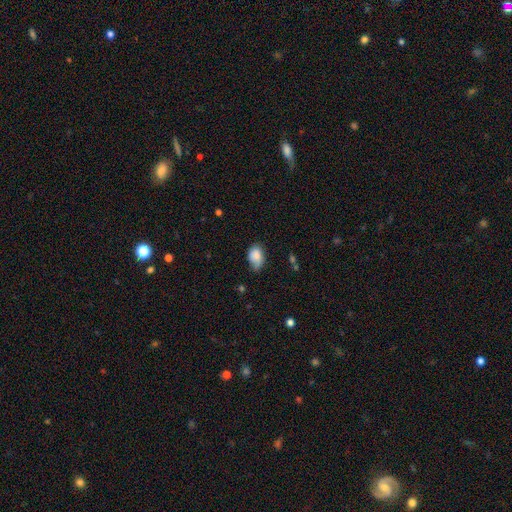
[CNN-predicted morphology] type=smooth (77%); roundness=in between (87%); merging=none (48%).